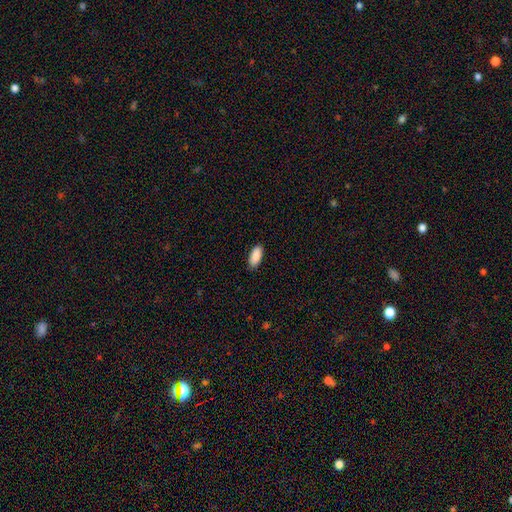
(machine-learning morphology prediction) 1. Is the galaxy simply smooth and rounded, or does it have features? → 90% smooth, 6% star or artifact, 4% featured or disk.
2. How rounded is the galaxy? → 88% in between, 10% cigar-shaped, 2% round.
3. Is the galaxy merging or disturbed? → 89% none, 8% minor disturbance, 2% major disturbance, 1% merger.